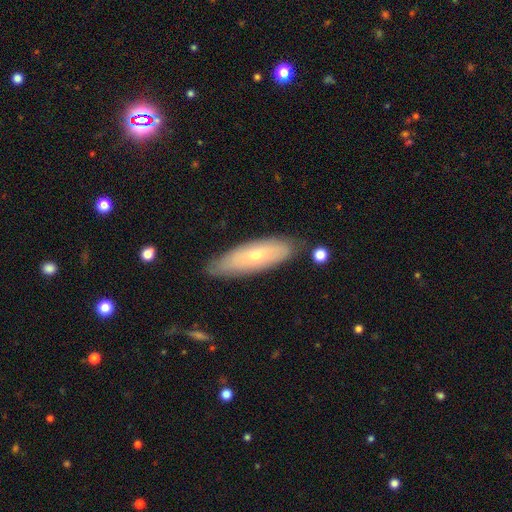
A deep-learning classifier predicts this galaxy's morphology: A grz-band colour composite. It shows a smooth galaxy with no disk features (55%) that is in between round and cigar-shaped (54%). Merging: none (78%).